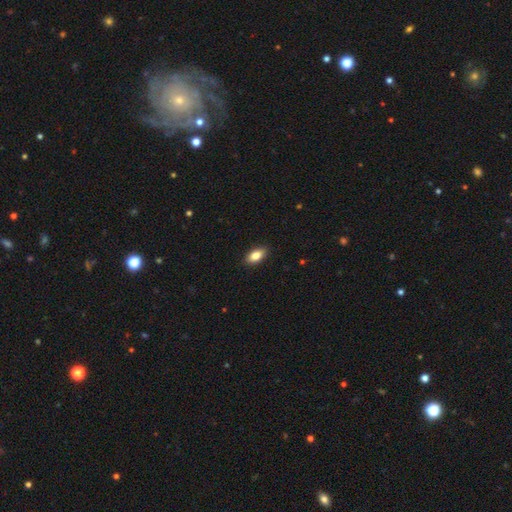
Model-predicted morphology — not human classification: A smooth galaxy with no disk features (84%) that is in between round and cigar-shaped (89%).

Vote fractions:
- Smooth or featured? smooth: 84% / featured or disk: 9% / star or artifact: 7%
- How rounded? in between: 89% / cigar-shaped: 6% / round: 5%
- Merging? none: 89% / minor disturbance: 9% / major disturbance: 2% / merger: 1%